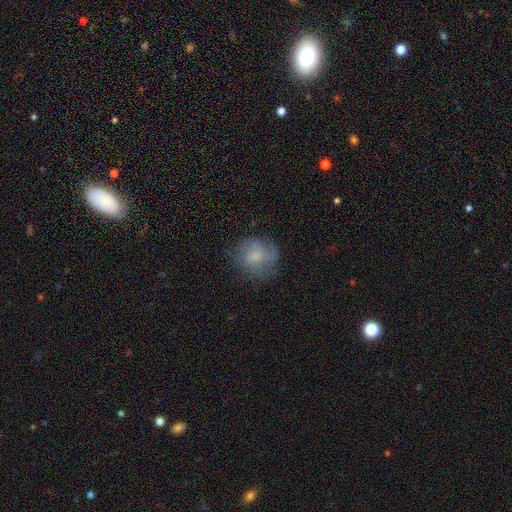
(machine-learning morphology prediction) A smooth galaxy with no disk features (57%) that is round (71%). Merging: none (60%).